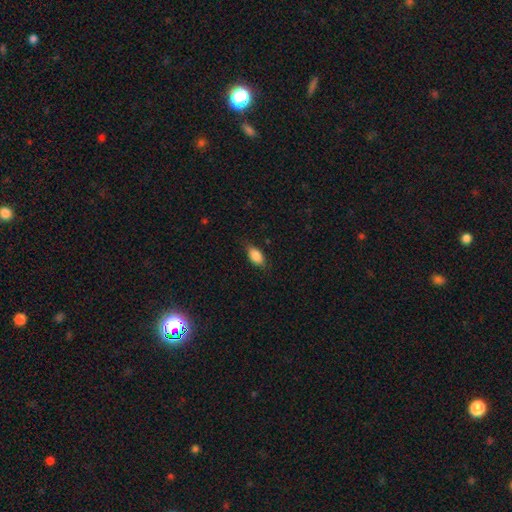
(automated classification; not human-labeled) Smooth or featured? Predicted: smooth (p=0.85). How rounded? Predicted: in between (p=0.89). Merging? Predicted: none (p=0.76).